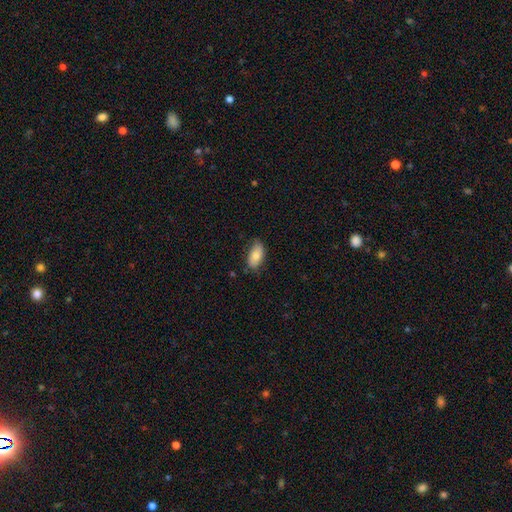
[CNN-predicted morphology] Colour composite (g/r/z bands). It shows a smooth galaxy with no disk features (79%) that is in between round and cigar-shaped (93%). Merging: none (73%).